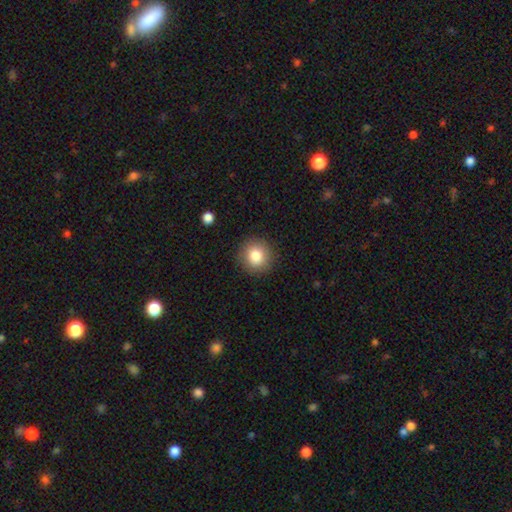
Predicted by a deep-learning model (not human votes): A smooth galaxy with no disk features (83%) that is round (92%). Merging: none (90%).